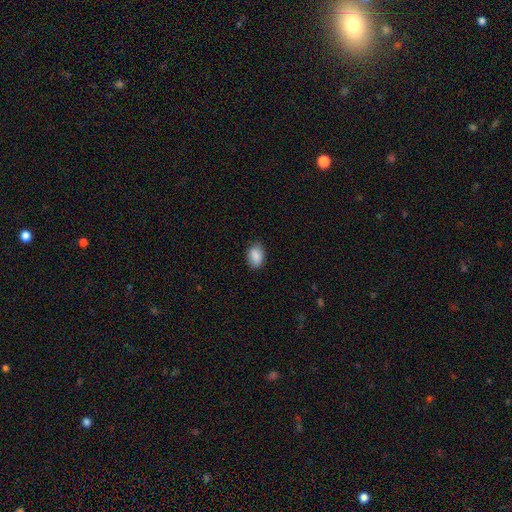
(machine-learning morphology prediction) smooth 88%, star or artifact 7%, featured or disk 5%. Down the decision tree: how rounded — in between (85%); merging — none (79%).